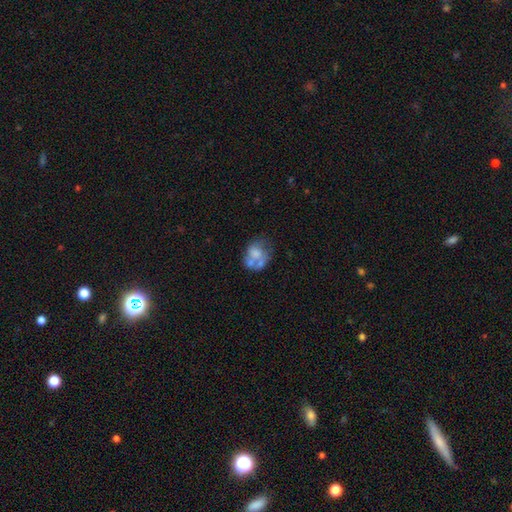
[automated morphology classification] Overall: smooth (51%; featured or disk 40%). How rounded: round (51%; in between 49%). Merging: merger (32%; none 30%).